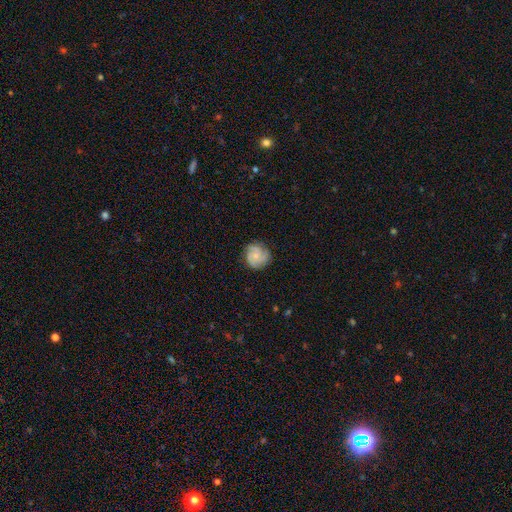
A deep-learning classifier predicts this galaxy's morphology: featured or disk 65%, smooth 27%, star or artifact 7%. Down the decision tree: edge-on disk — no (98%); bar — no (76%); spiral arms — yes (94%); spiral arm count — 3 (53%); spiral winding — tight (54%); bulge size — small (64%); merging — none (78%).